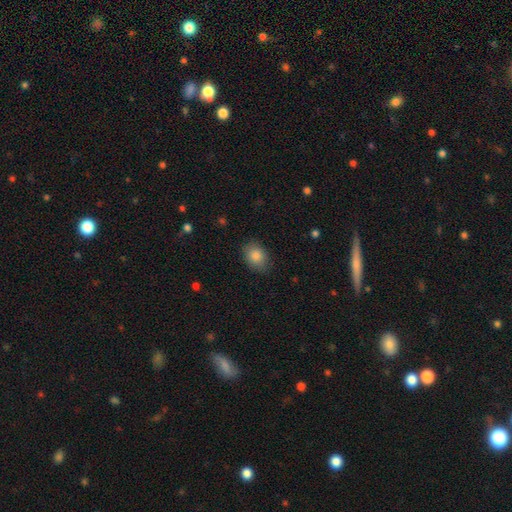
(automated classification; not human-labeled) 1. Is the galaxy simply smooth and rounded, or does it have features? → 85% smooth, 8% star or artifact, 7% featured or disk.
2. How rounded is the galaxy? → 68% in between, 31% round, 1% cigar-shaped.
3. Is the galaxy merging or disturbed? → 83% none, 13% minor disturbance, 3% major disturbance, 1% merger.